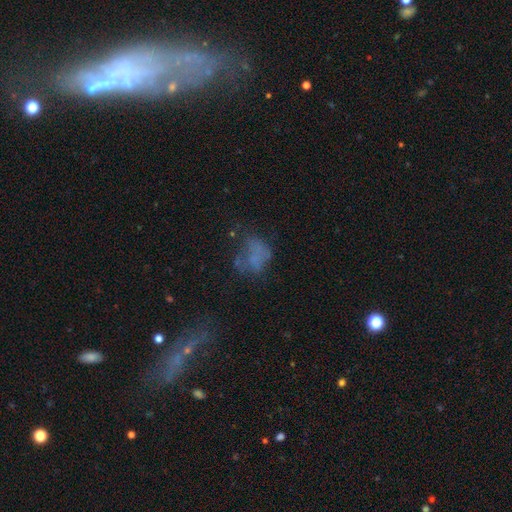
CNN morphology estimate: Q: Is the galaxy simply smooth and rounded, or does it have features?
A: smooth — 44%.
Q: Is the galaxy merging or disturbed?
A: none — 39%.